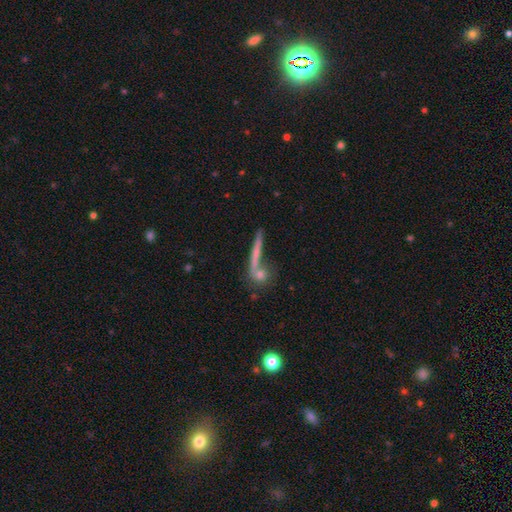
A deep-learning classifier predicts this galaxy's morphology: Smooth or featured?
  - smooth: 48% *
  - featured or disk: 40%
  - star or artifact: 12%
Merging?
  - none: 63% *
  - merger: 20%
  - minor disturbance: 10%
  - major disturbance: 6%